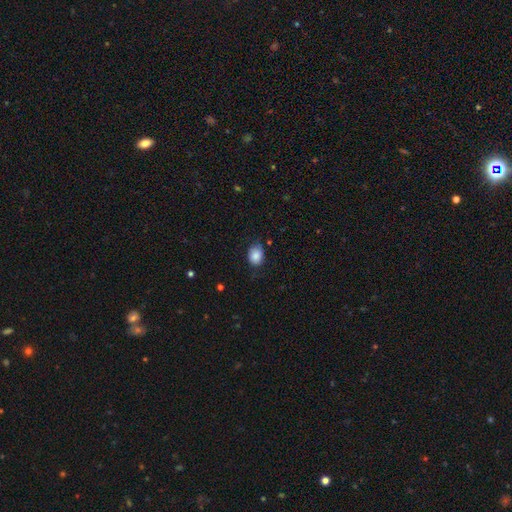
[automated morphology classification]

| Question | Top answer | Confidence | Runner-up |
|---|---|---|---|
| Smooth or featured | smooth | 85% | star or artifact (8%) |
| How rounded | in between | 57% | round (42%) |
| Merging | none | 72% | minor disturbance (23%) |